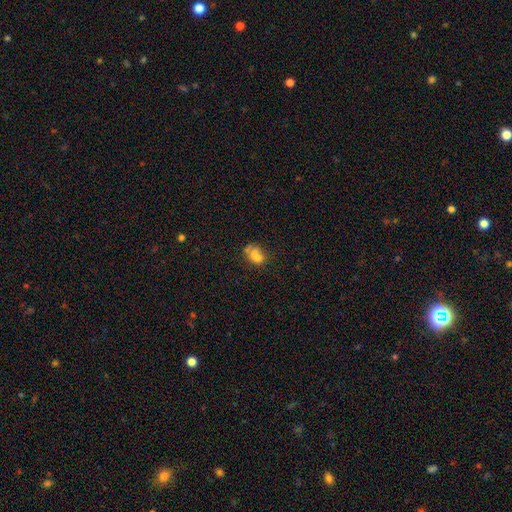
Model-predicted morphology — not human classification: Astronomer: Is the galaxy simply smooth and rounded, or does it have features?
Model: smooth — 62%.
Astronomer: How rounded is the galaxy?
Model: in between — 61% (runner-up: round, 38%).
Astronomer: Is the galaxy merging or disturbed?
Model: merger — 36% (runner-up: none, 32%).